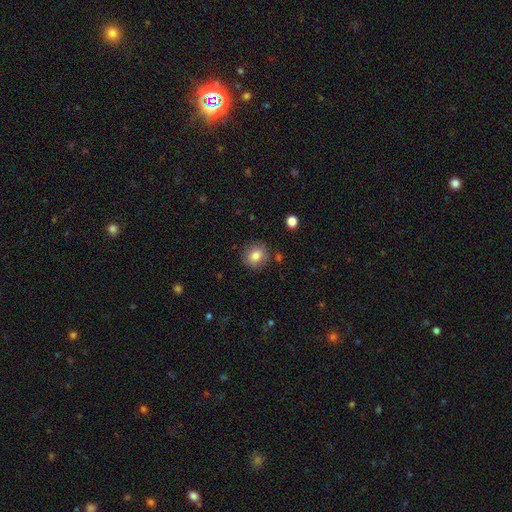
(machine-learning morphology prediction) Smooth or featured? Predicted: smooth (p=0.81). How rounded? Predicted: round (p=0.81). Merging? Predicted: none (p=0.85).